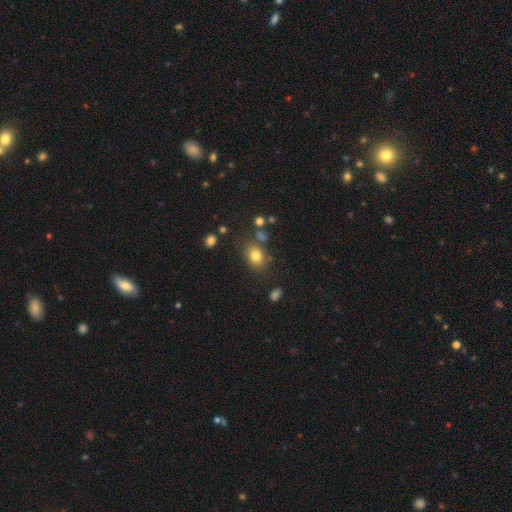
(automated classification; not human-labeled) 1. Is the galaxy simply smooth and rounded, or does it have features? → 79% smooth, 12% star or artifact, 9% featured or disk.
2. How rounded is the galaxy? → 58% in between, 41% round, 1% cigar-shaped.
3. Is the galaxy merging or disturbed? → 72% none, 15% minor disturbance, 7% merger, 6% major disturbance.